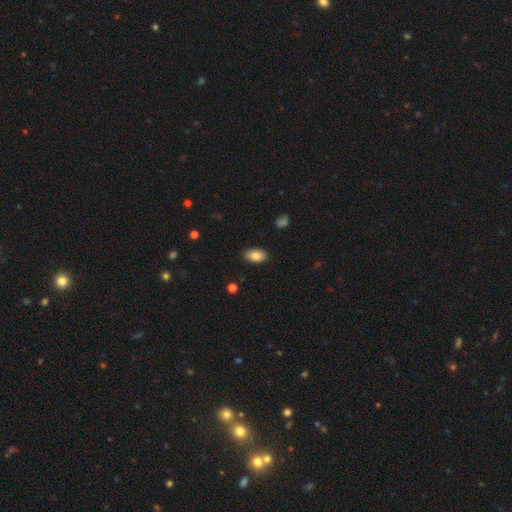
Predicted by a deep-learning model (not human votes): This appears to be a smooth galaxy with no disk features (83%) that is in between round and cigar-shaped (94%). Merging: none (87%).